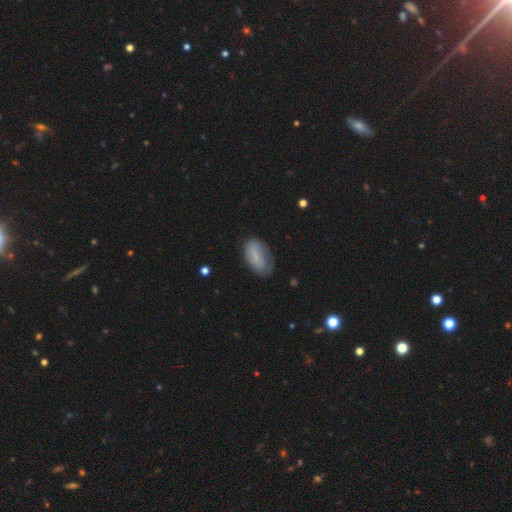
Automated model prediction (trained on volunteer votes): smooth-or-featured: smooth: 68% | featured or disk: 25% | star or artifact: 7%
  how-rounded: in between: 91% | cigar-shaped: 6% | round: 4%
  merging: none: 60% | minor disturbance: 29% | major disturbance: 9% | merger: 2%